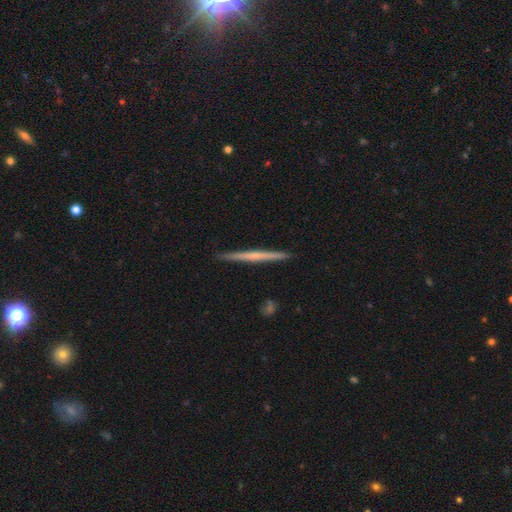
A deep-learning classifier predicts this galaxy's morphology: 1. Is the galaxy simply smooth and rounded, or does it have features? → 58% featured or disk, 37% smooth, 5% star or artifact.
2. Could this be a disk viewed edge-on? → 98% yes, 2% no.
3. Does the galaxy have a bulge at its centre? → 73% none, 20% rounded, 6% boxy.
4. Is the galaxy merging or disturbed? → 92% none, 5% minor disturbance, 1% major disturbance, 1% merger.